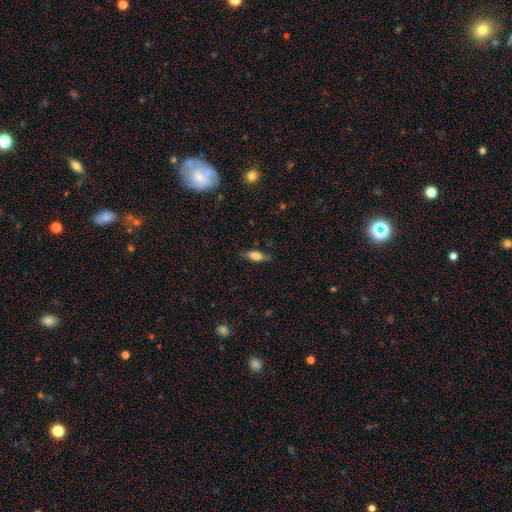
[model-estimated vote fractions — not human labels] Overall: smooth (76%). How rounded: in between (69%). Merging: none (80%).